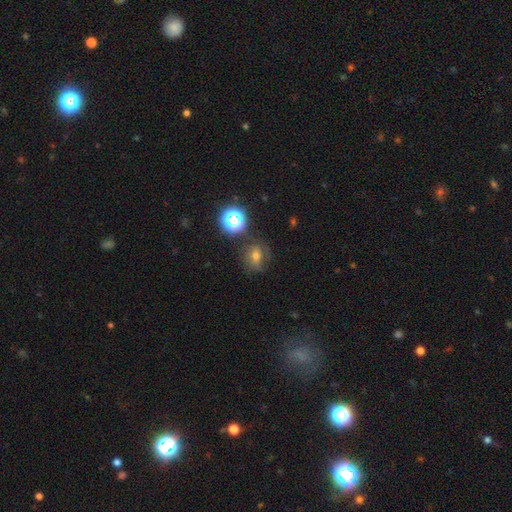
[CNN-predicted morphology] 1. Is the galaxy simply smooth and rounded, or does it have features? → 43% smooth, 30% featured or disk, 27% star or artifact.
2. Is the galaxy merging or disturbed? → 67% none, 19% minor disturbance, 10% major disturbance, 5% merger.